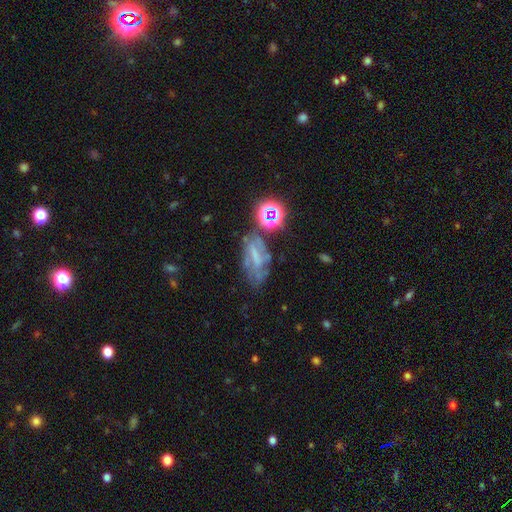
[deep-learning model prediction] Morphology: type=featured or disk (45%); merging=none (47%).